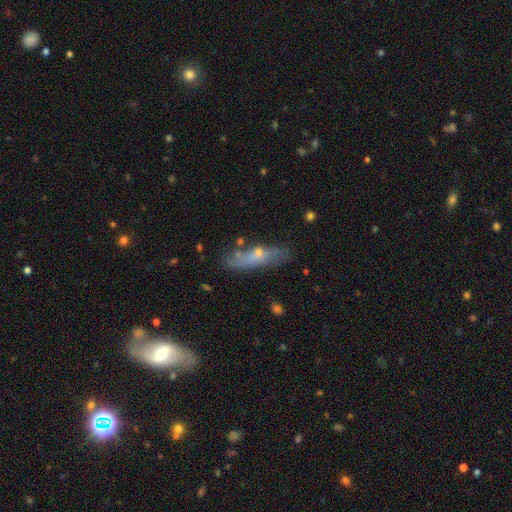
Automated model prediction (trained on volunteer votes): smooth-or-featured: smooth: 49% | featured or disk: 43% | star or artifact: 8%
  merging: none: 63% | minor disturbance: 22% | major disturbance: 8% | merger: 7%